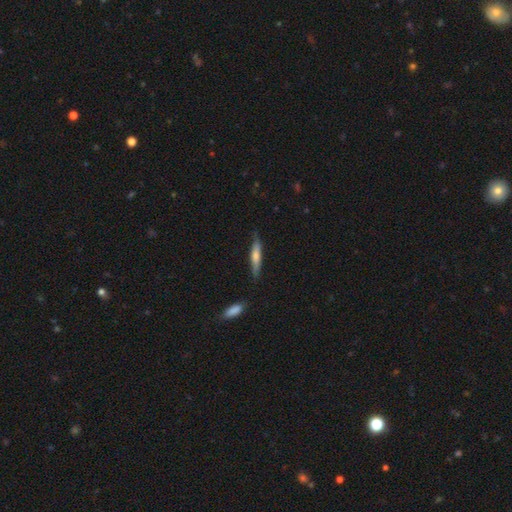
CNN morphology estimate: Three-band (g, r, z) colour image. It shows a smooth galaxy with no disk features (49%). Merging: none (83%).